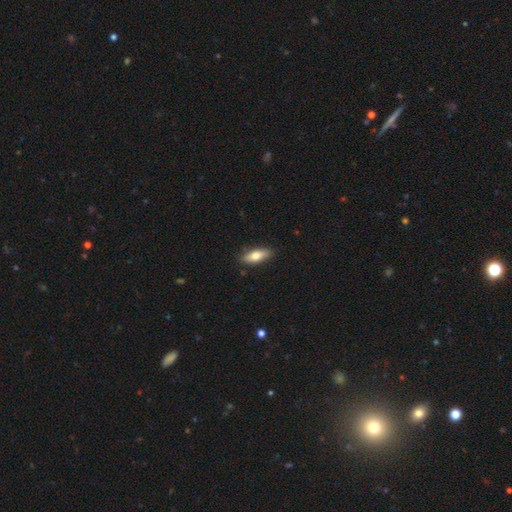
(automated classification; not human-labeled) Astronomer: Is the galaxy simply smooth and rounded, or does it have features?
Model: smooth — 72%.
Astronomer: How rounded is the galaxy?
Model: in between — 66%.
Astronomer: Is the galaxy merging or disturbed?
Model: none — 86%.